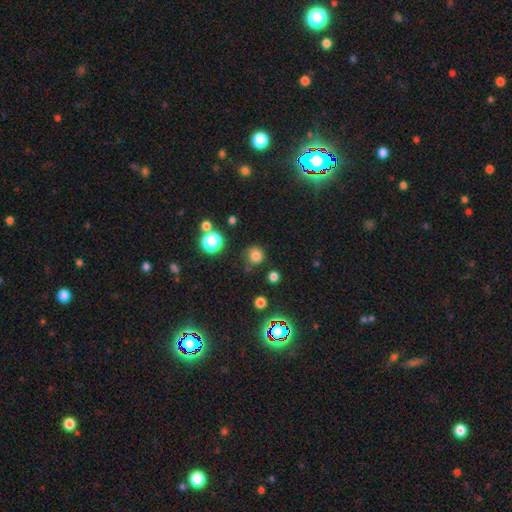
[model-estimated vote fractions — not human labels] Q: Smooth or featured?
A: smooth (77%); runner-up: star or artifact (18%)
Q: How rounded?
A: round (92%); runner-up: in between (7%)
Q: Merging?
A: none (78%); runner-up: minor disturbance (13%)